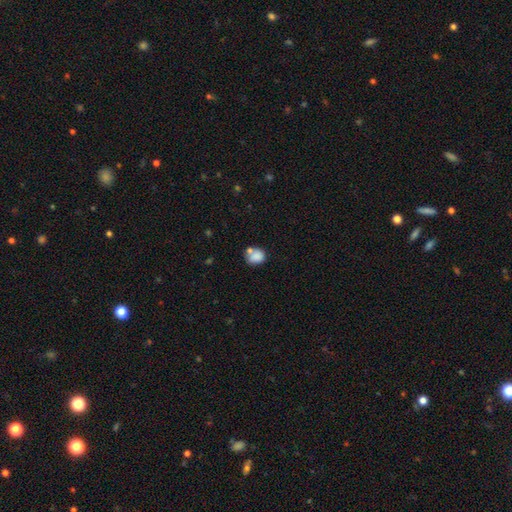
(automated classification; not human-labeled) Smooth or featured? Predicted: smooth (p=0.81). How rounded? Predicted: round (p=0.68). Merging? Predicted: none (p=0.50).